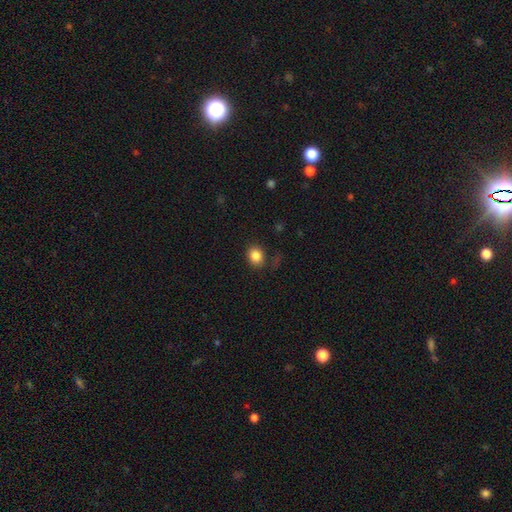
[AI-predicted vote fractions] Smooth or featured?
  - smooth: 84% *
  - star or artifact: 11%
  - featured or disk: 6%
How rounded?
  - round: 63% *
  - in between: 36%
  - cigar-shaped: 1%
Merging?
  - none: 81% *
  - minor disturbance: 13%
  - major disturbance: 4%
  - merger: 2%